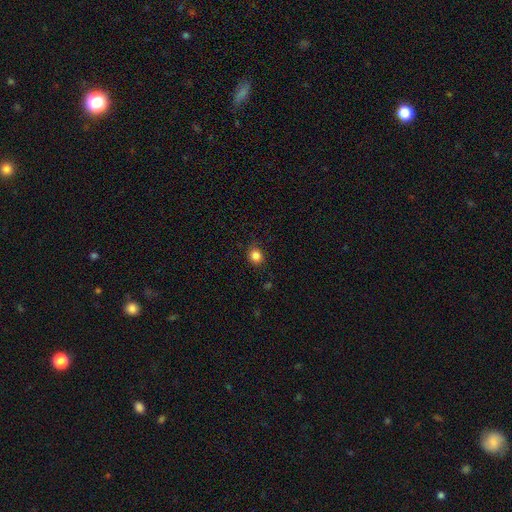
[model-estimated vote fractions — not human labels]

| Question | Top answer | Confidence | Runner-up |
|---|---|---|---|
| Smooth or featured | smooth | 85% | star or artifact (11%) |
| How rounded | round | 79% | in between (20%) |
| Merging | none | 86% | minor disturbance (10%) |